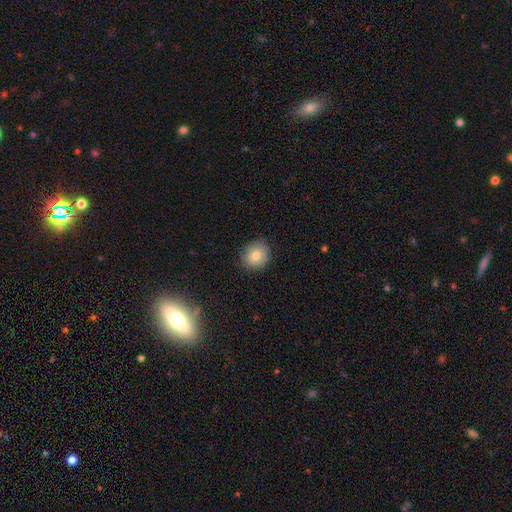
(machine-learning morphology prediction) A smooth galaxy with no disk features (78%) that is round (79%). Merging: none (84%).